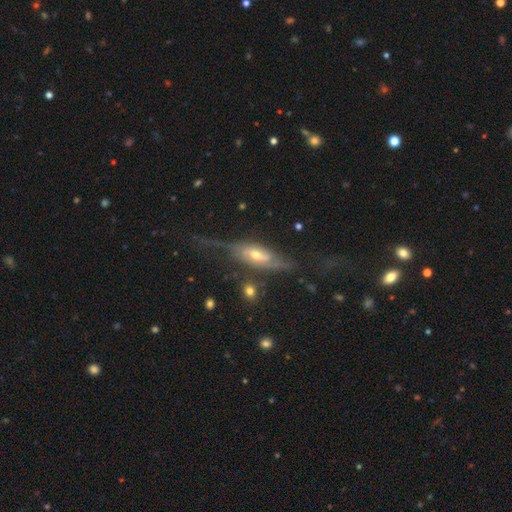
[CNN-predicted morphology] Smooth or featured?
  - featured or disk: 72% *
  - smooth: 20%
  - star or artifact: 8%
Edge-on disk?
  - no: 52% *
  - yes: 48%
Merging?
  - none: 45% *
  - major disturbance: 27%
  - minor disturbance: 24%
  - merger: 4%